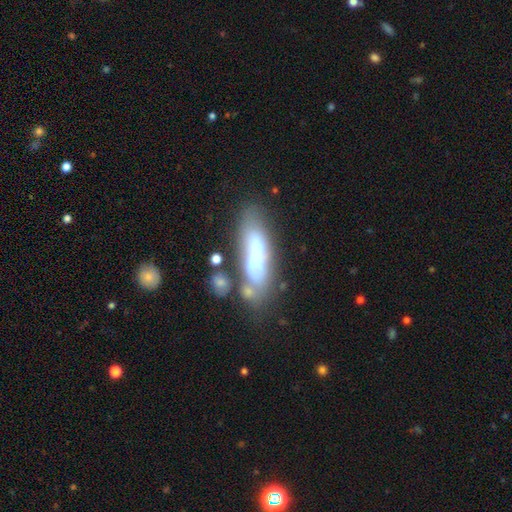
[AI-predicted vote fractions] smooth 47%, featured or disk 45%, star or artifact 9%. Down the decision tree: merging — none (41%).